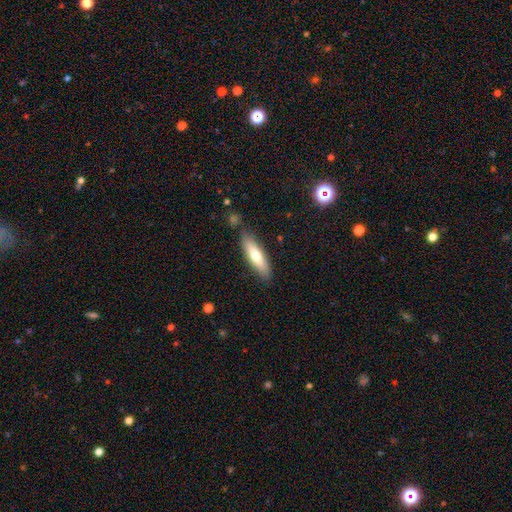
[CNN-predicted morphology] Overall: smooth (66%; featured or disk 28%). How rounded: cigar-shaped (67%; in between 31%). Merging: none (83%).